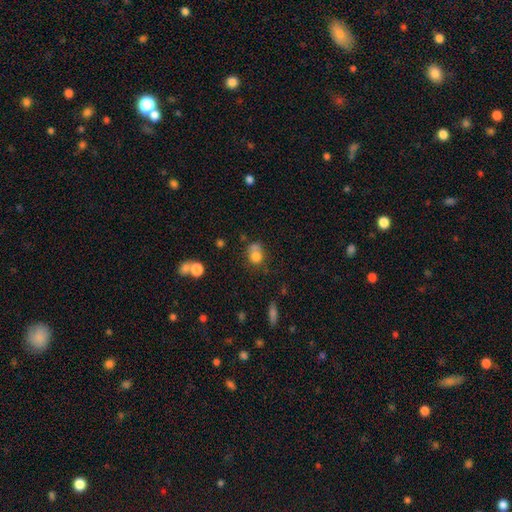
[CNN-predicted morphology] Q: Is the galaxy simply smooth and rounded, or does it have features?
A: smooth — 76%.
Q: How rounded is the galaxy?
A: round — 49%, tied with in between.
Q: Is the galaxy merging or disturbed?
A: none — 39%.